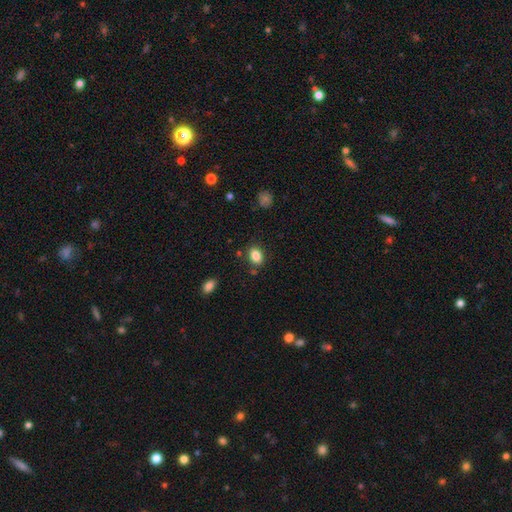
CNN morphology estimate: type=smooth (85%); roundness=in between (74%); merging=none (82%).